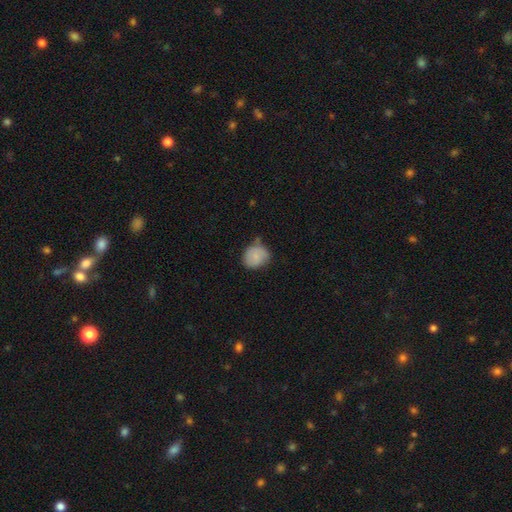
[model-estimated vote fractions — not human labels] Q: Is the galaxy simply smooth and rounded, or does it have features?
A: smooth — 82%.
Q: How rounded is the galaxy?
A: round — 71%.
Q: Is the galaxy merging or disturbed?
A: none — 57%.